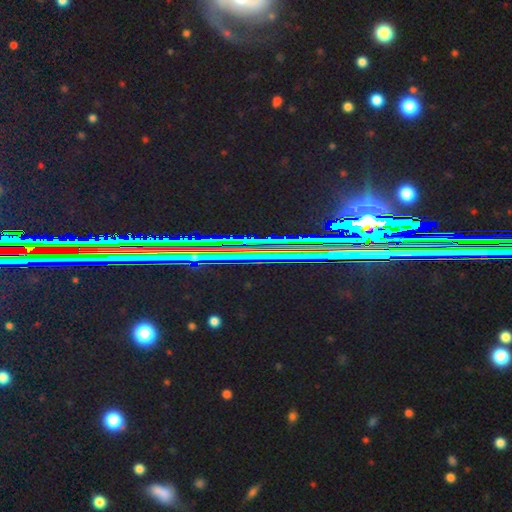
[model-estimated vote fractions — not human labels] smooth-or-featured: star or artifact: 76% | featured or disk: 15% | smooth: 9%